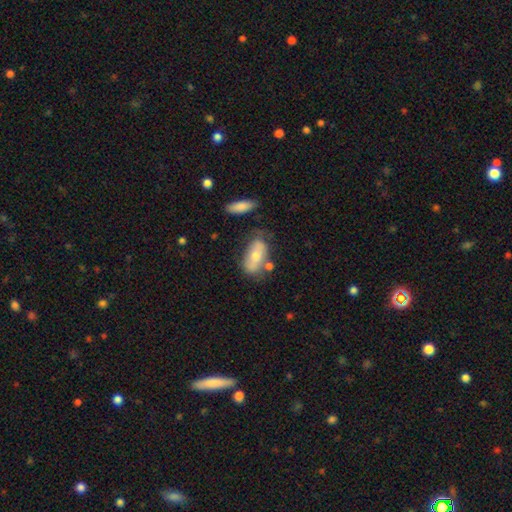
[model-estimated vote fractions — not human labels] Smooth or featured: smooth — 52% (featured or disk — 41%)
How rounded: in between — 87% (cigar-shaped — 8%)
Merging: none — 60% (minor disturbance — 21%)